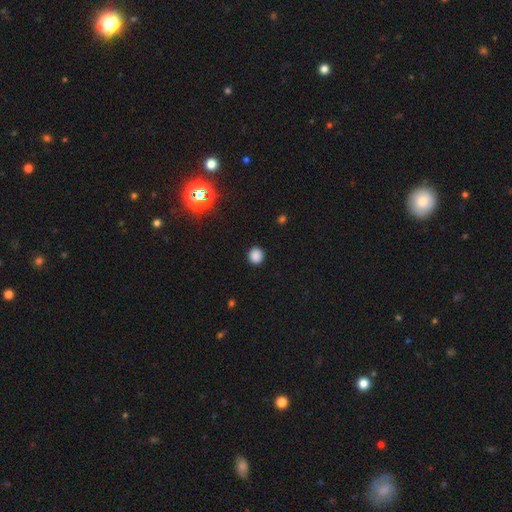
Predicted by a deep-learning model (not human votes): Overall: smooth (86%). How rounded: round (89%). Merging: none (91%).